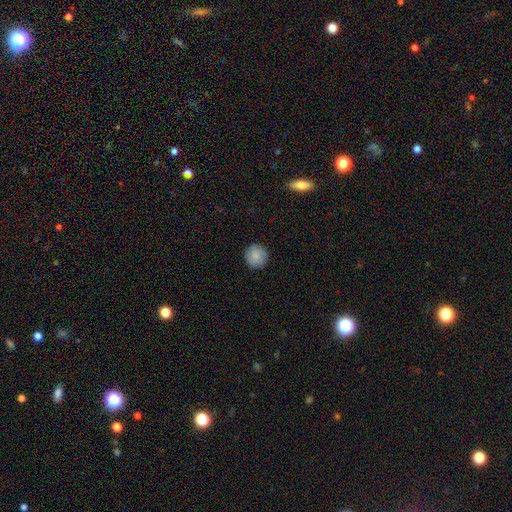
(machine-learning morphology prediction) Q: Smooth or featured?
A: smooth (86%); runner-up: star or artifact (7%)
Q: How rounded?
A: round (96%); runner-up: in between (3%)
Q: Merging?
A: none (91%); runner-up: minor disturbance (6%)